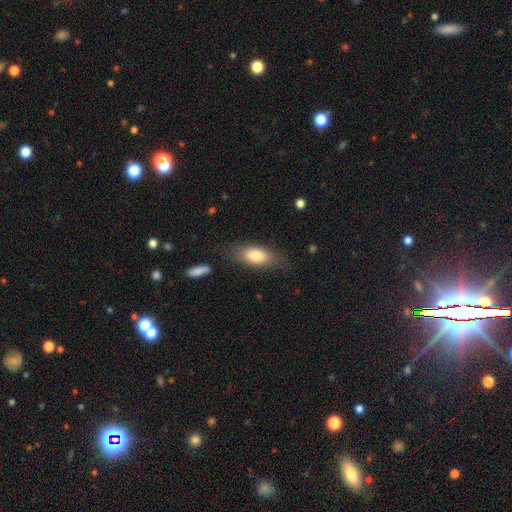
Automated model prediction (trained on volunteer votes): Smooth or featured? Predicted: smooth (p=0.79). How rounded? Predicted: in between (p=0.83). Merging? Predicted: none (p=0.76).